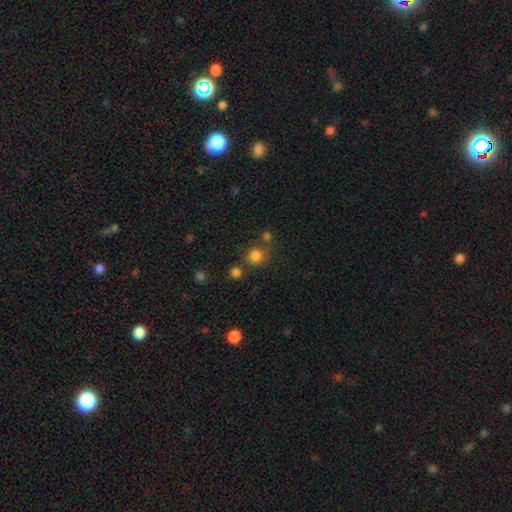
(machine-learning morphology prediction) This is clearly a smooth galaxy (81%). How rounded: clearly round (87%). Merging: likely none (72%).